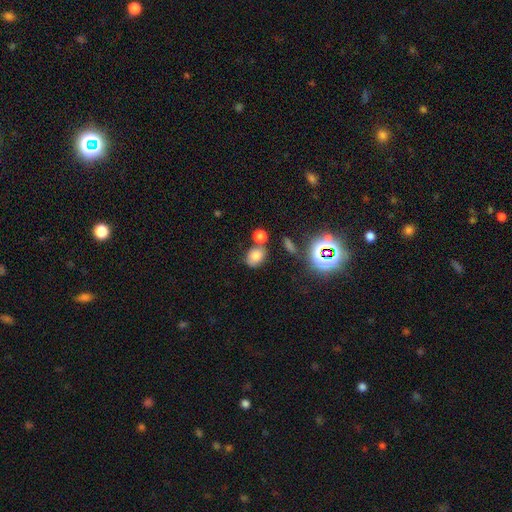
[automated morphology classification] Overall: smooth (73%). How rounded: in between (66%; round 32%). Merging: none (61%).